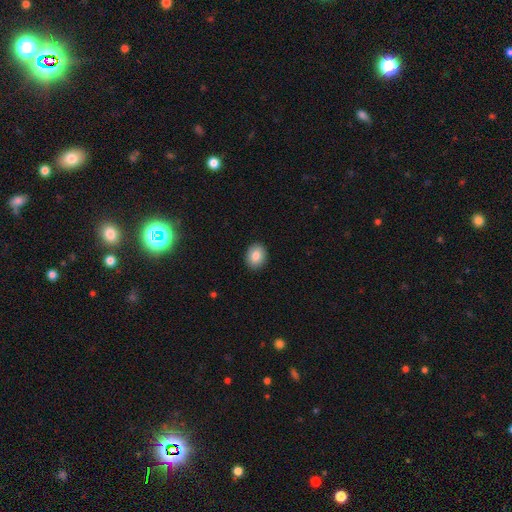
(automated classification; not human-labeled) A smooth galaxy with no disk features (84%) that is in between round and cigar-shaped (52%).

Vote fractions:
- Smooth or featured? smooth: 84% / featured or disk: 8% / star or artifact: 8%
- How rounded? in between: 52% / round: 47% / cigar-shaped: 1%
- Merging? none: 91% / minor disturbance: 6% / major disturbance: 2% / merger: 1%